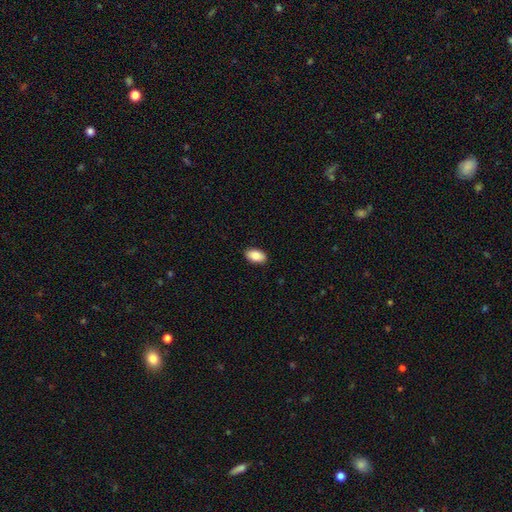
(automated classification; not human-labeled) Morphology: type=smooth (86%); roundness=in between (93%); merging=none (90%).